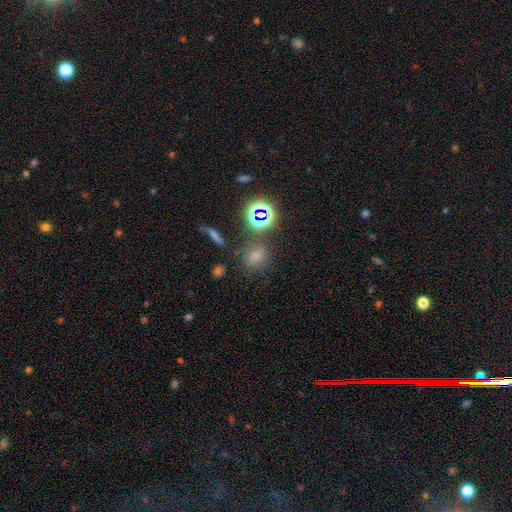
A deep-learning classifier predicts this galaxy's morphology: Smooth or featured? Predicted: smooth (p=0.62). How rounded? Predicted: round (p=0.60). Merging? Predicted: none (p=0.69).